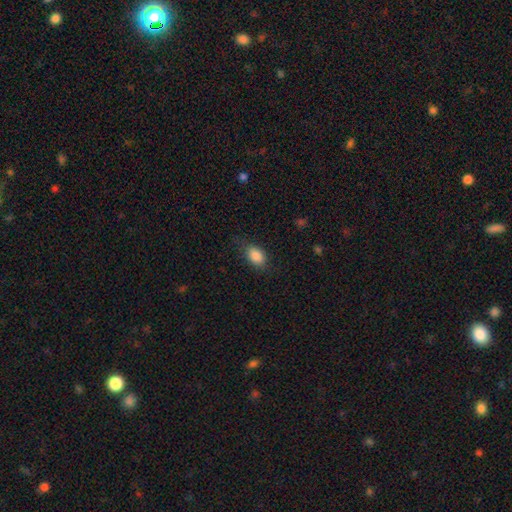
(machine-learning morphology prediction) This appears to be a smooth galaxy with no disk features (88%) that is in between round and cigar-shaped (85%). Merging: none (74%).